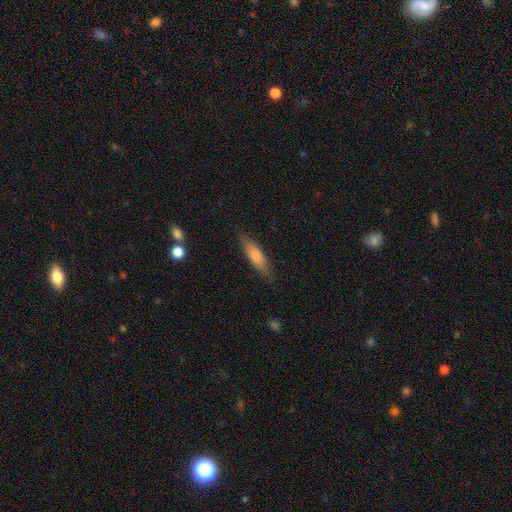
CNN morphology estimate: smooth-or-featured: smooth: 80% | featured or disk: 14% | star or artifact: 6%
  how-rounded: cigar-shaped: 55% | in between: 43% | round: 2%
  merging: none: 81% | minor disturbance: 14% | major disturbance: 3% | merger: 1%